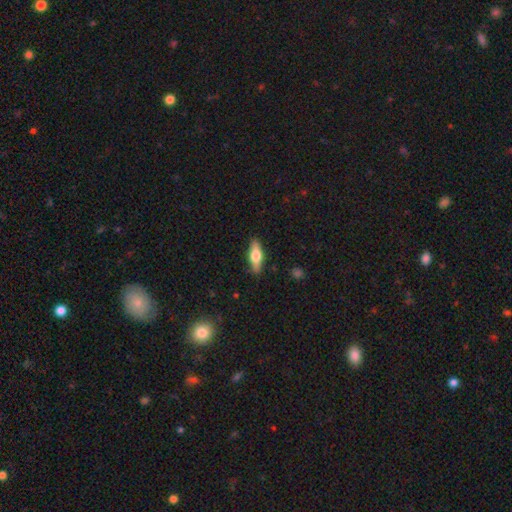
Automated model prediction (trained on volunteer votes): This is possibly a smooth galaxy (52%). How rounded: possibly in between (55%). Merging: clearly none (86%).